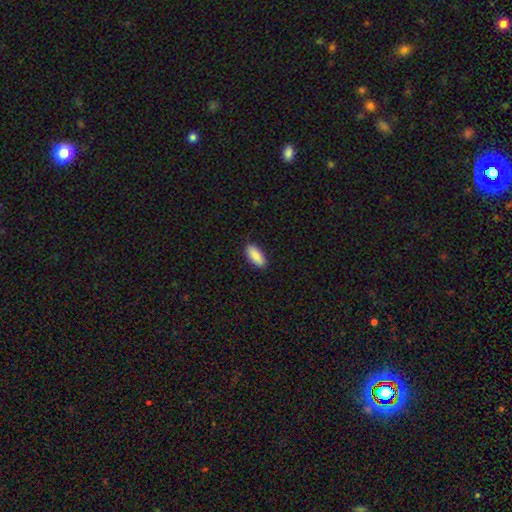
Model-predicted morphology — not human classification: Smooth or featured?
  - smooth: 89% *
  - star or artifact: 6%
  - featured or disk: 5%
How rounded?
  - in between: 82% *
  - cigar-shaped: 16%
  - round: 2%
Merging?
  - none: 89% *
  - minor disturbance: 8%
  - major disturbance: 2%
  - merger: 1%